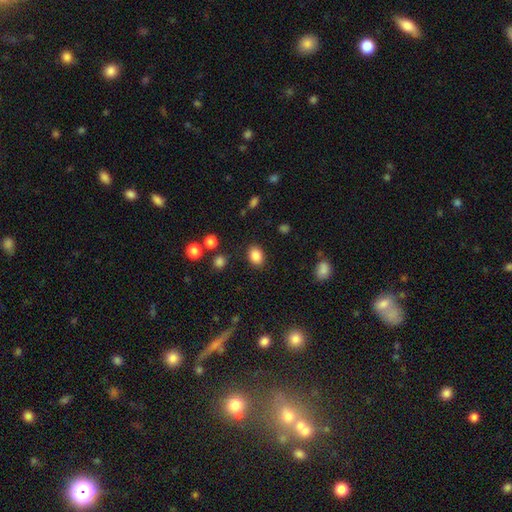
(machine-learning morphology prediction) smooth 86%, star or artifact 10%, featured or disk 5%. Down the decision tree: how rounded — in between (71%); merging — none (86%).